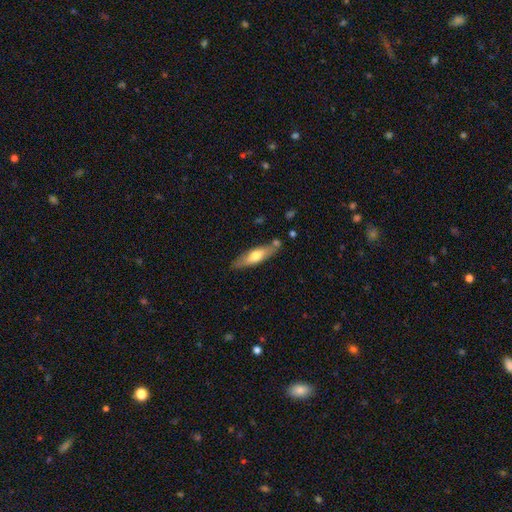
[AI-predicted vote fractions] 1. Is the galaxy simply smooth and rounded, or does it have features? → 54% smooth, 40% featured or disk, 5% star or artifact.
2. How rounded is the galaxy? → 65% cigar-shaped, 34% in between, 2% round.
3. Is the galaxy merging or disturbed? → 75% none, 15% minor disturbance, 7% merger, 3% major disturbance.